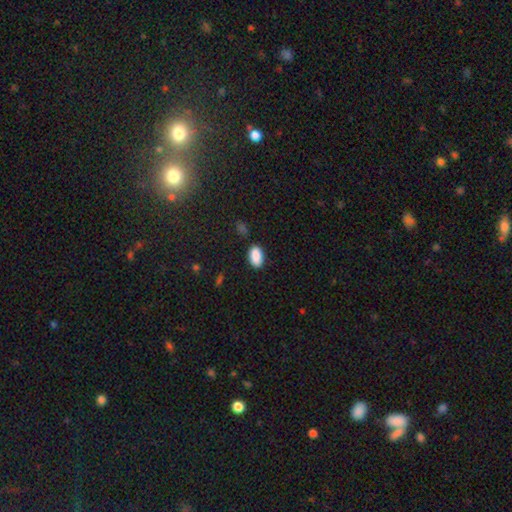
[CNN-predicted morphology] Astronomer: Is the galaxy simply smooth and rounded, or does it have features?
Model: smooth — 89%.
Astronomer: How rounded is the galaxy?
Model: in between — 93%.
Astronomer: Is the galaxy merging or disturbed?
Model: none — 82%.